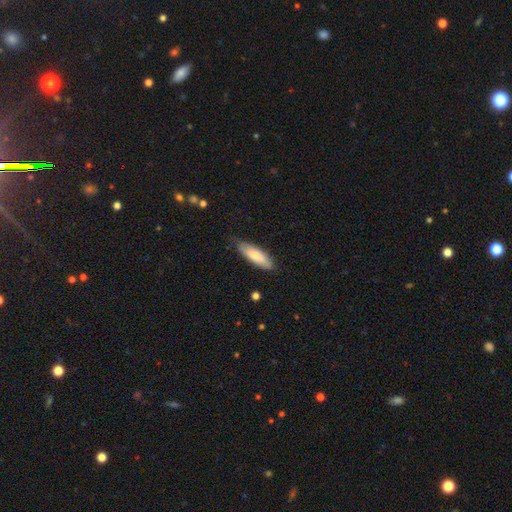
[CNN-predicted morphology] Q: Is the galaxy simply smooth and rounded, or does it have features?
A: smooth — 76%.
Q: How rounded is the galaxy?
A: in between — 55%.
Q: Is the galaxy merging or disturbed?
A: none — 78%.